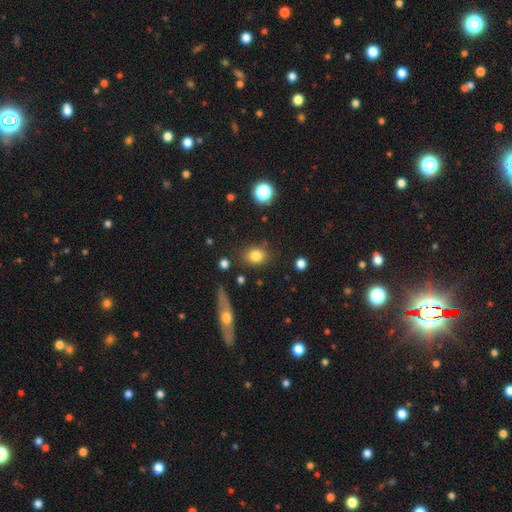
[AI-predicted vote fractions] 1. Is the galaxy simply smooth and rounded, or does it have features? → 81% smooth, 11% star or artifact, 9% featured or disk.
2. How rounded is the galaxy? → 51% round, 47% in between, 2% cigar-shaped.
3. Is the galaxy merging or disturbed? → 80% none, 12% minor disturbance, 4% merger, 4% major disturbance.